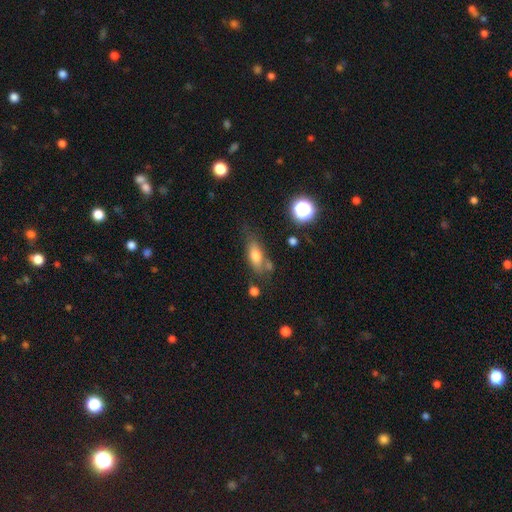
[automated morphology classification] type=smooth (69%); roundness=in between (73%); merging=none (61%).